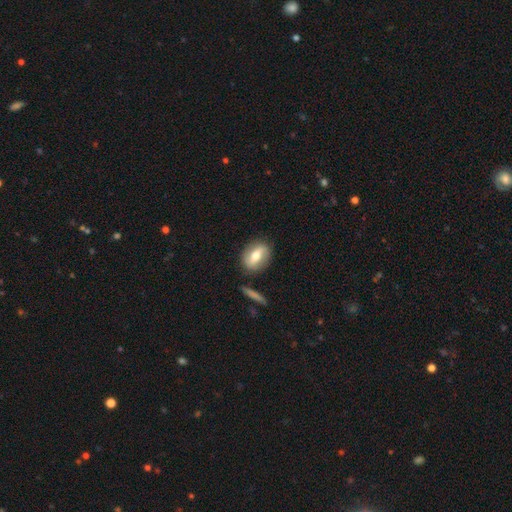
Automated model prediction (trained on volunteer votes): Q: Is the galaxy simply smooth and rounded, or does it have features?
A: smooth — 55%.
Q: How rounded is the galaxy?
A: in between — 66%.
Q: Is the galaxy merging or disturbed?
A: none — 80%.